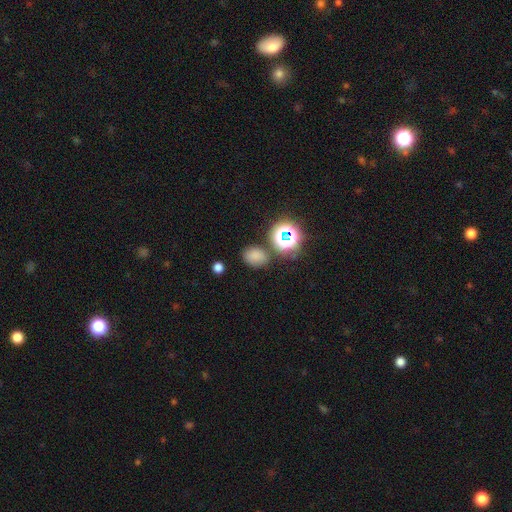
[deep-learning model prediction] A smooth galaxy with no disk features (72%) that is in between round and cigar-shaped (59%).

Vote fractions:
- Smooth or featured? smooth: 72% / star or artifact: 22% / featured or disk: 6%
- How rounded? in between: 59% / round: 40% / cigar-shaped: 1%
- Merging? none: 74% / minor disturbance: 14% / merger: 7% / major disturbance: 4%